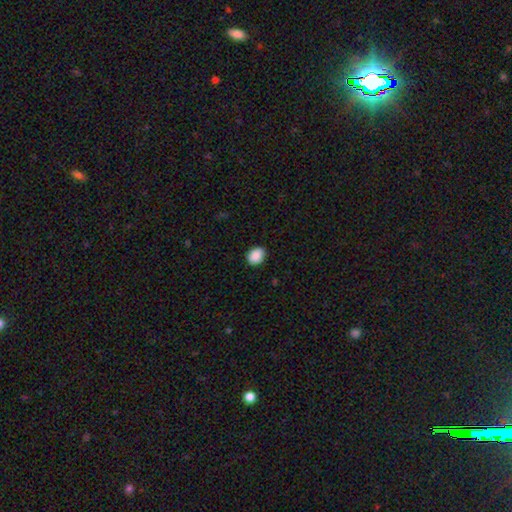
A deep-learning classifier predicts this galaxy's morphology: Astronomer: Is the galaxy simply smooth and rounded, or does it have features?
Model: smooth — 90%.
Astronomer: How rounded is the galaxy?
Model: in between — 54% (runner-up: round, 45%).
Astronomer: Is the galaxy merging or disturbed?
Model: none — 85%.